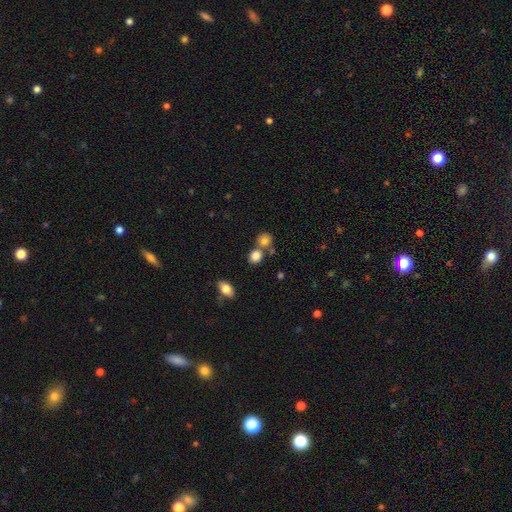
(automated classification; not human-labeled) Smooth or featured? Predicted: smooth (p=0.82). How rounded? Predicted: round (p=0.75). Merging? Predicted: none (p=0.60).